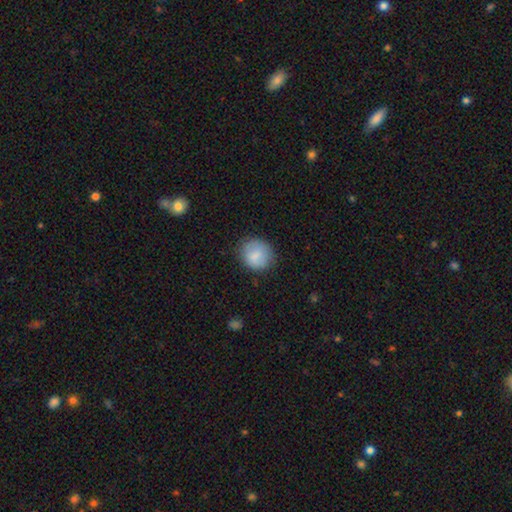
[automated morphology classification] Q: Smooth or featured?
A: smooth (82%); runner-up: featured or disk (11%)
Q: How rounded?
A: round (79%); runner-up: in between (20%)
Q: Merging?
A: none (81%); runner-up: minor disturbance (14%)